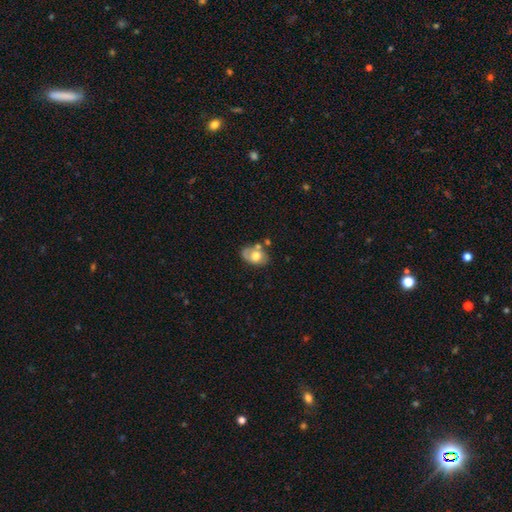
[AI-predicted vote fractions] This appears to be a smooth galaxy with no disk features (57%) that is in between round and cigar-shaped (79%). Merging: none (48%).